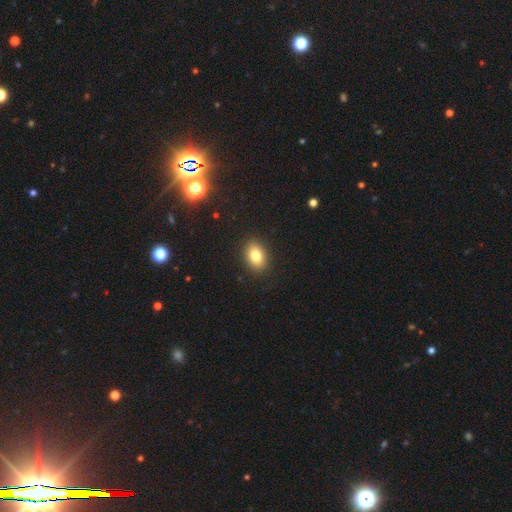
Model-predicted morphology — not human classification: Q: Smooth or featured?
A: smooth (82%); runner-up: star or artifact (10%)
Q: How rounded?
A: in between (79%); runner-up: round (20%)
Q: Merging?
A: none (90%); runner-up: minor disturbance (7%)